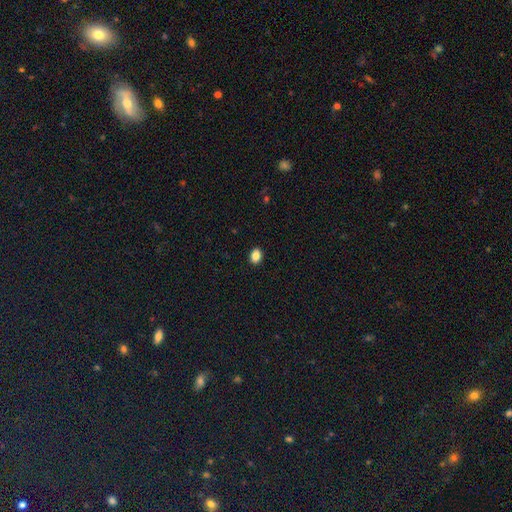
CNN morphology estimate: This appears to be a smooth galaxy with no disk features (87%) that is in between round and cigar-shaped (67%). Merging: none (91%).